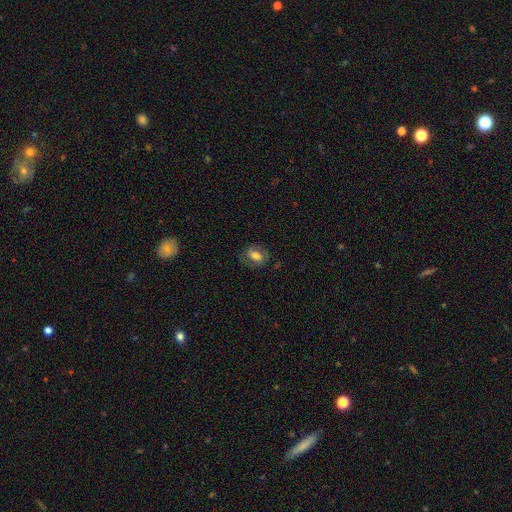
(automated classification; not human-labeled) A smooth galaxy with no disk features (55%) that is in between round and cigar-shaped (72%).

Vote fractions:
- Smooth or featured? smooth: 55% / featured or disk: 36% / star or artifact: 9%
- How rounded? in between: 72% / round: 25% / cigar-shaped: 3%
- Merging? none: 72% / minor disturbance: 18% / major disturbance: 9% / merger: 1%